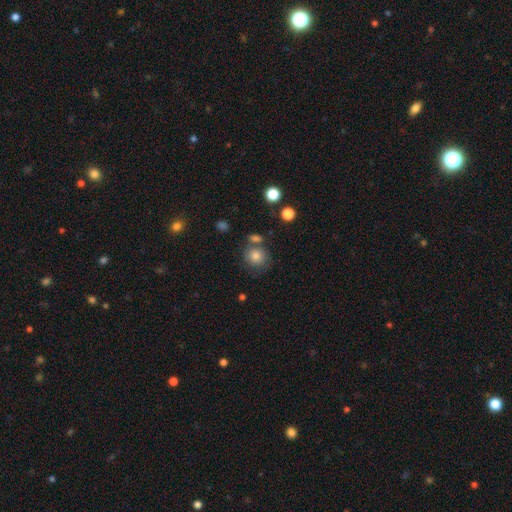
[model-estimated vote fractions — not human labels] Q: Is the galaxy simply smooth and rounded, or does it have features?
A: smooth — 80%.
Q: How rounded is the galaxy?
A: round — 86%.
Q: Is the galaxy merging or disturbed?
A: none — 66%.